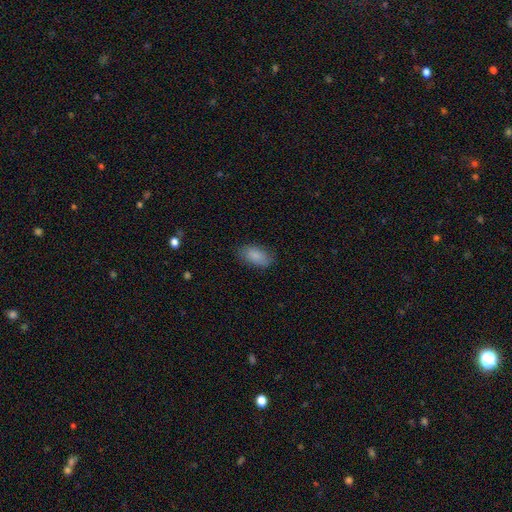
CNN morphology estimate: Smooth or featured?
  - smooth: 86% *
  - featured or disk: 7%
  - star or artifact: 7%
How rounded?
  - in between: 93% *
  - round: 4%
  - cigar-shaped: 3%
Merging?
  - none: 80% *
  - minor disturbance: 15%
  - major disturbance: 4%
  - merger: 1%